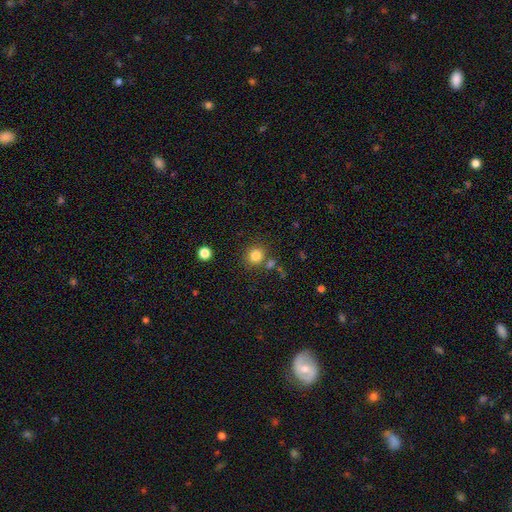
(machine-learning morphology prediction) Smooth or featured? smooth (83%)
How rounded? round (89%)
Merging? none (78%)